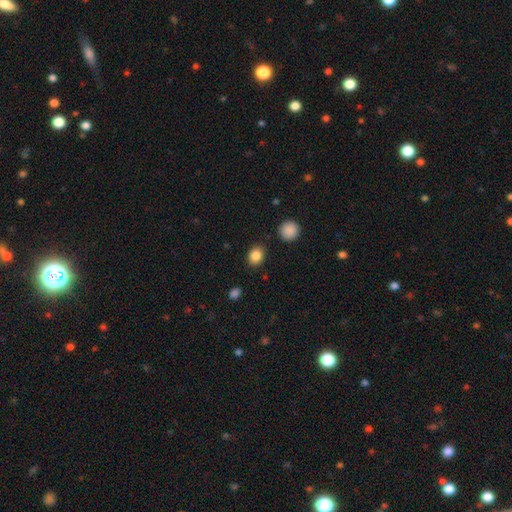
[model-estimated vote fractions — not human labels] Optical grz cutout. It shows a smooth galaxy with no disk features (86%) that is round (50%). Merging: none (86%).